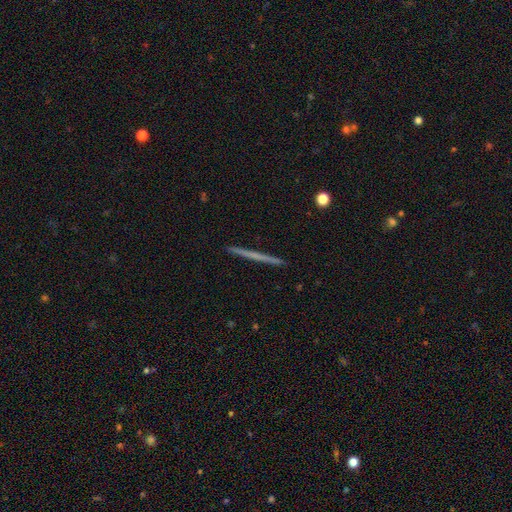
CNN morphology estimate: Smooth or featured?
  - featured or disk: 51% *
  - smooth: 43%
  - star or artifact: 6%
Edge-on disk?
  - yes: 98% *
  - no: 2%
Edge-on bulge?
  - none: 92% *
  - rounded: 6%
  - boxy: 2%
Merging?
  - none: 93% *
  - minor disturbance: 5%
  - major disturbance: 1%
  - merger: 1%